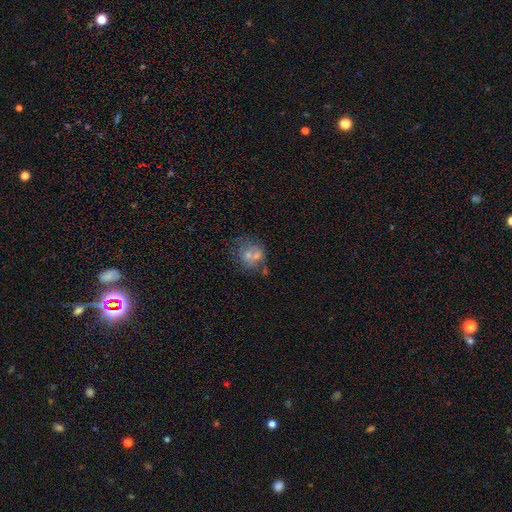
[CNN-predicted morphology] Smooth or featured?
  - smooth: 46% *
  - featured or disk: 37%
  - star or artifact: 17%
Merging?
  - none: 40% *
  - merger: 34%
  - minor disturbance: 15%
  - major disturbance: 11%